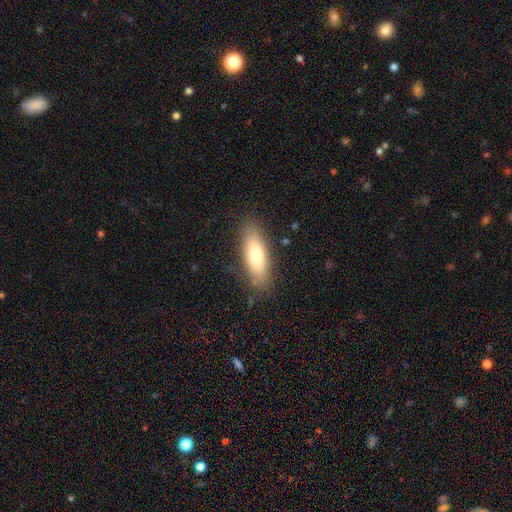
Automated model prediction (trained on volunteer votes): Smooth or featured?
  - smooth: 69% *
  - featured or disk: 25%
  - star or artifact: 7%
How rounded?
  - in between: 56% *
  - cigar-shaped: 42%
  - round: 2%
Merging?
  - none: 85% *
  - minor disturbance: 11%
  - major disturbance: 3%
  - merger: 1%